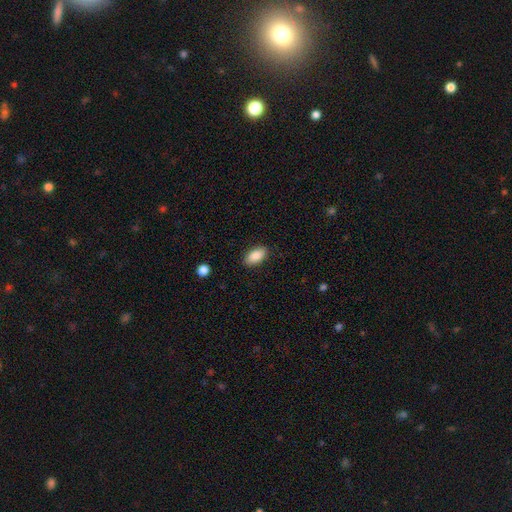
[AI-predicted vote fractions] Smooth or featured: smooth — 89% (star or artifact — 7%)
How rounded: in between — 93% (cigar-shaped — 4%)
Merging: none — 88% (minor disturbance — 9%)